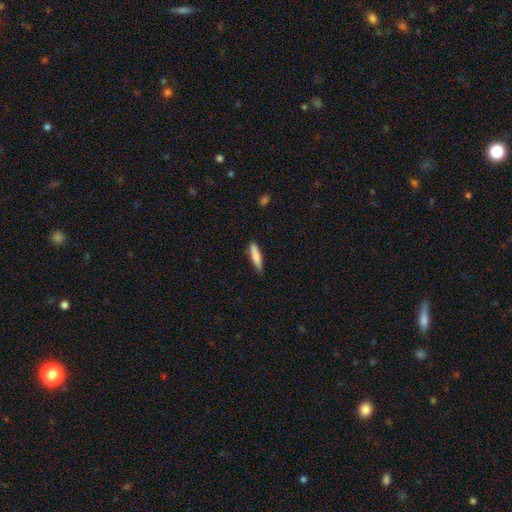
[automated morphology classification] The model was most divided on "how rounded": cigar-shaped: 81%, in between: 17%, round: 1%. More confident: merging — none (83%); smooth or featured — smooth (82%).